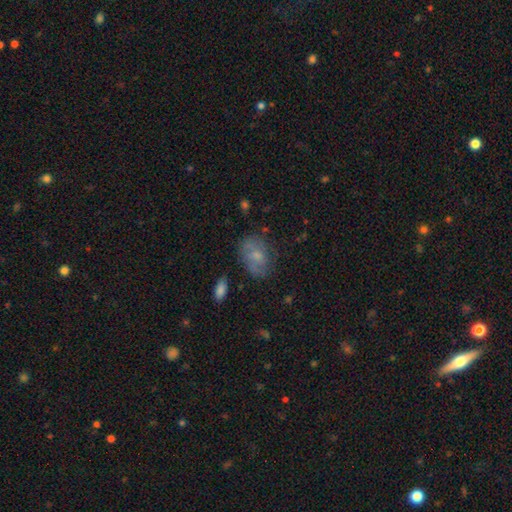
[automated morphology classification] smooth 60%, featured or disk 30%, star or artifact 10%. Down the decision tree: how rounded — in between (75%); merging — none (63%).